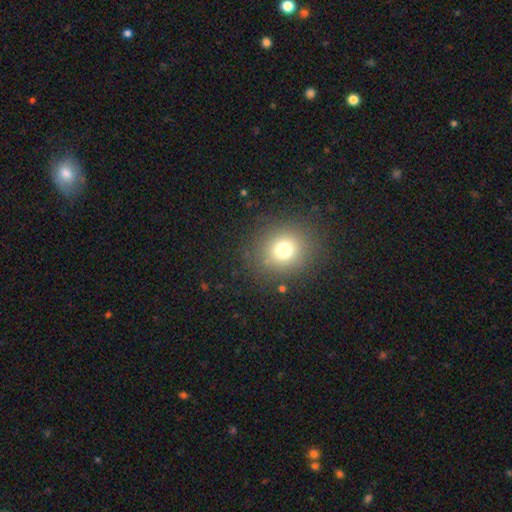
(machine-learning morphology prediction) This appears to be a smooth galaxy with no disk features (71%) that is round (80%). Merging: none (90%).